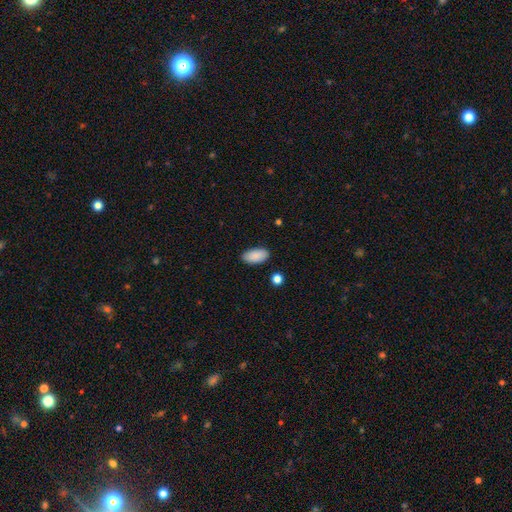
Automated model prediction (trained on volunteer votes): Q: Smooth or featured?
A: smooth (89%); runner-up: star or artifact (6%)
Q: How rounded?
A: in between (94%); runner-up: cigar-shaped (3%)
Q: Merging?
A: none (87%); runner-up: minor disturbance (10%)